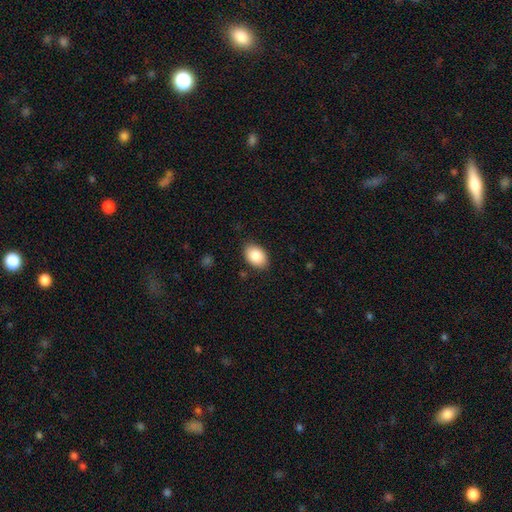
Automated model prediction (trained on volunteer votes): Smooth or featured: smooth — 87% (star or artifact — 7%)
How rounded: in between — 87% (round — 12%)
Merging: none — 86% (minor disturbance — 10%)